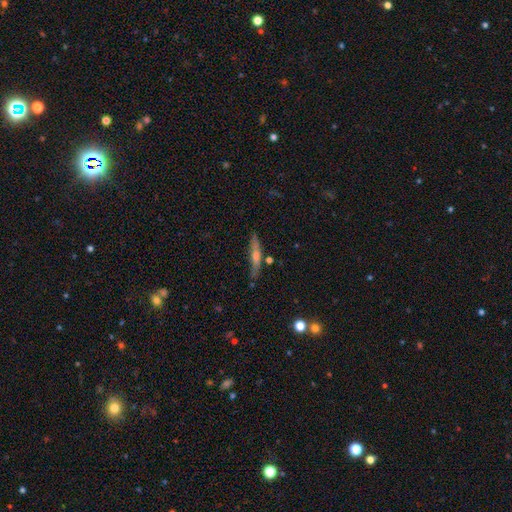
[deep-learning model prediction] A featured or disk galaxy (57%) viewed edge-on (92%) with a rounded central bulge (65%).

Vote fractions:
- Smooth or featured? featured or disk: 57% / smooth: 34% / star or artifact: 9%
- Edge-on disk? yes: 92% / no: 8%
- Edge-on bulge? rounded: 65% / none: 25% / boxy: 10%
- Merging? none: 79% / minor disturbance: 14% / merger: 4% / major disturbance: 3%